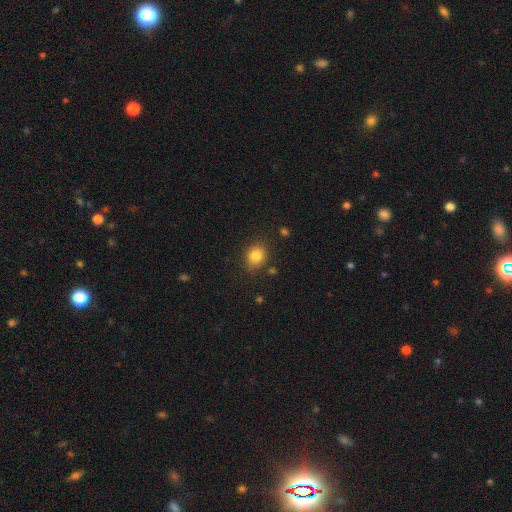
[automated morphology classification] smooth 84%, star or artifact 10%, featured or disk 6%. Down the decision tree: how rounded — round (64%); merging — none (80%).